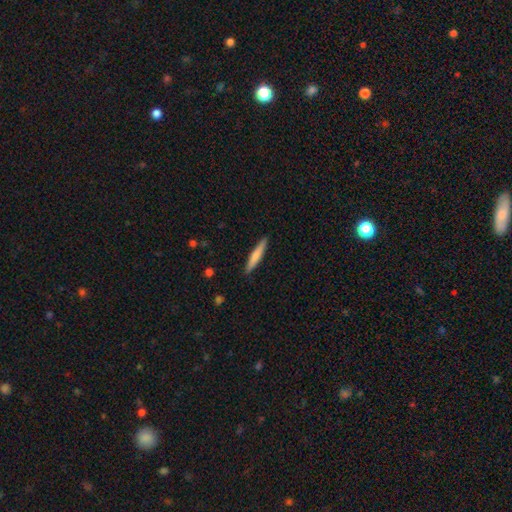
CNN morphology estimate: Overall: smooth (70%). How rounded: cigar-shaped (92%). Merging: none (90%).